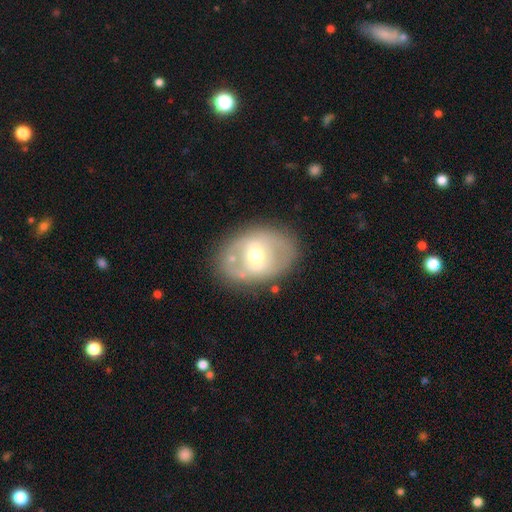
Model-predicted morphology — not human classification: smooth-or-featured: featured or disk: 61% | smooth: 32% | star or artifact: 7%
  disk-edge-on: no: 93% | yes: 7%
    bar: weak: 43% | strong: 31% | no: 26%
    has-spiral-arms: no: 64% | yes: 36%
    bulge-size: moderate: 63% | small: 28% | large: 7% | none: 1% | dominant: 1%
  merging: none: 77% | minor disturbance: 14% | major disturbance: 6% | merger: 3%